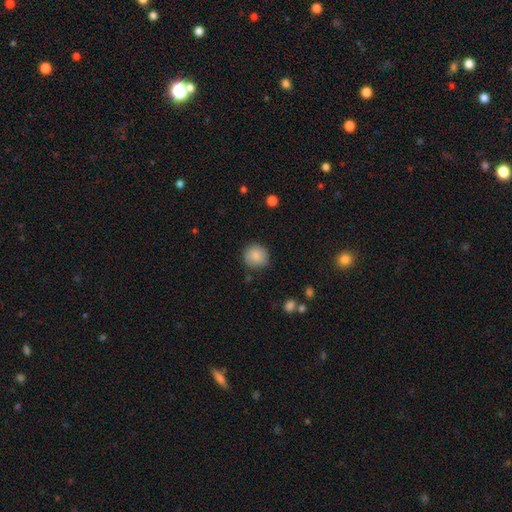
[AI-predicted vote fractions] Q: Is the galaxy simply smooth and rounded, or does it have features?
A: smooth — 85%.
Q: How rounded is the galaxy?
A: round — 90%.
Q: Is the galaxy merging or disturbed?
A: none — 82%.